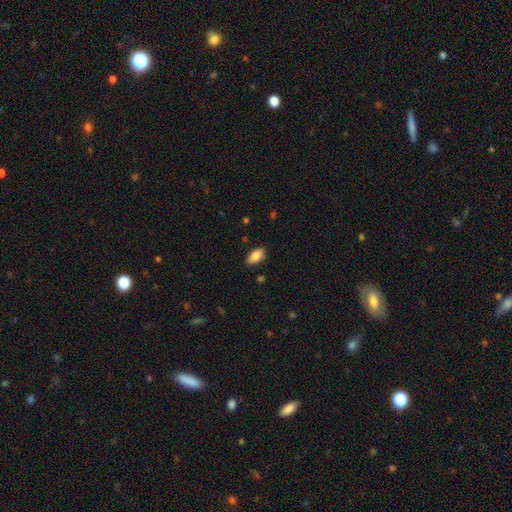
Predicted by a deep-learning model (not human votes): Smooth or featured?
  - smooth: 79% *
  - featured or disk: 14%
  - star or artifact: 7%
How rounded?
  - in between: 85% *
  - cigar-shaped: 12%
  - round: 3%
Merging?
  - none: 81% *
  - minor disturbance: 15%
  - major disturbance: 2%
  - merger: 1%